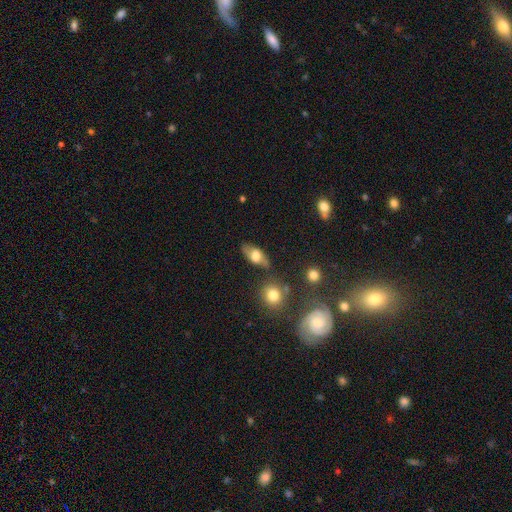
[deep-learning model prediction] A smooth galaxy with no disk features (60%) that is in between round and cigar-shaped (85%). Merging: none (70%).